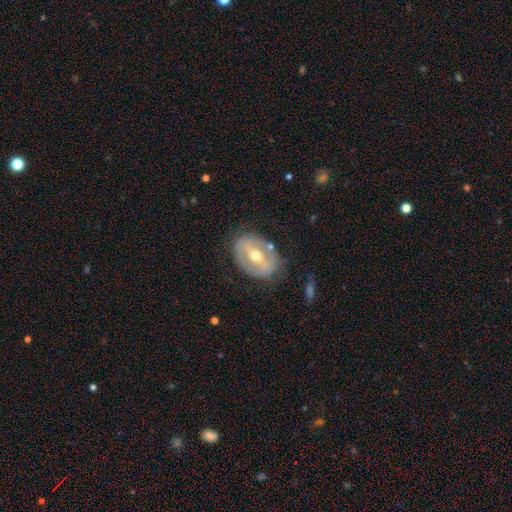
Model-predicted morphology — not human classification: Smooth or featured? featured or disk (69%)
Edge-on disk? no (93%)
Bar? strong (45%)
Spiral arms? no (62%)
Bulge size? moderate (66%)
Merging? none (75%)